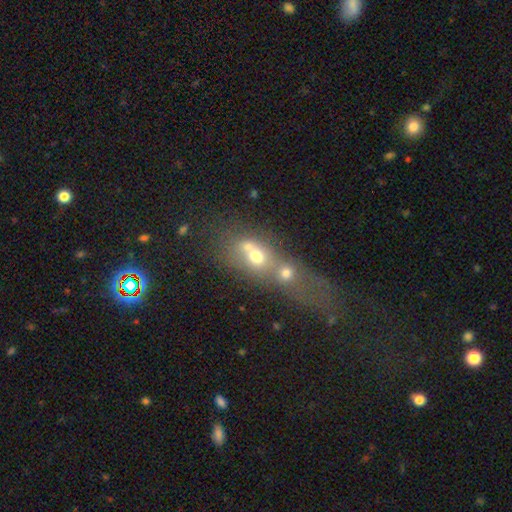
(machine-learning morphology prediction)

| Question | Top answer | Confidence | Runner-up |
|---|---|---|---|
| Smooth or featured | smooth | 53% | featured or disk (32%) |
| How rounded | in between | 52% | round (38%) |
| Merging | merger | 72% | none (14%) |